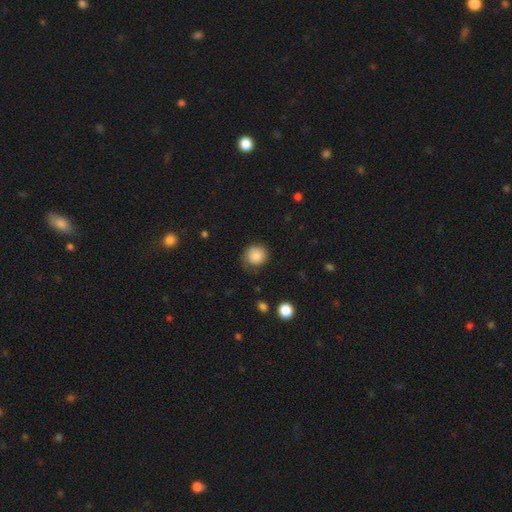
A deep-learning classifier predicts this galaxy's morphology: This appears to be a smooth galaxy with no disk features (79%) that is round (87%). Merging: none (66%).